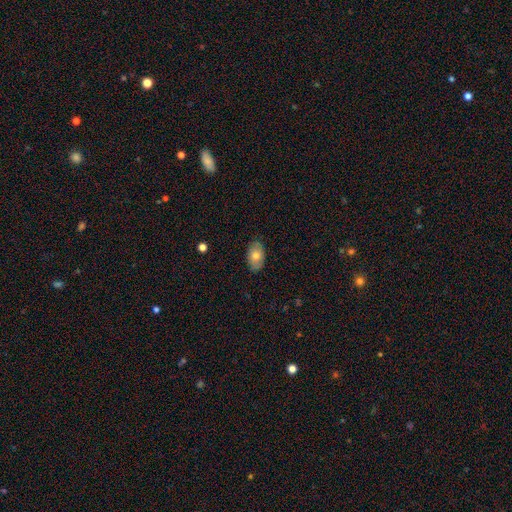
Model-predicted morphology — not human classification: Q: Smooth or featured?
A: smooth (71%); runner-up: featured or disk (22%)
Q: How rounded?
A: in between (90%); runner-up: round (8%)
Q: Merging?
A: none (83%); runner-up: minor disturbance (14%)